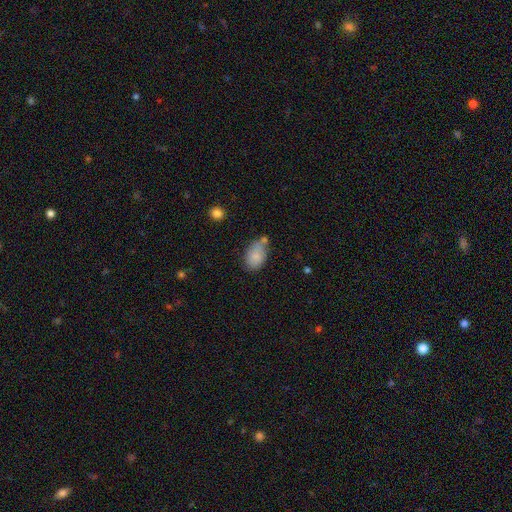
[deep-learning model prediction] Smooth or featured? Predicted: smooth (p=0.83). How rounded? Predicted: in between (p=0.87). Merging? Predicted: none (p=0.50).